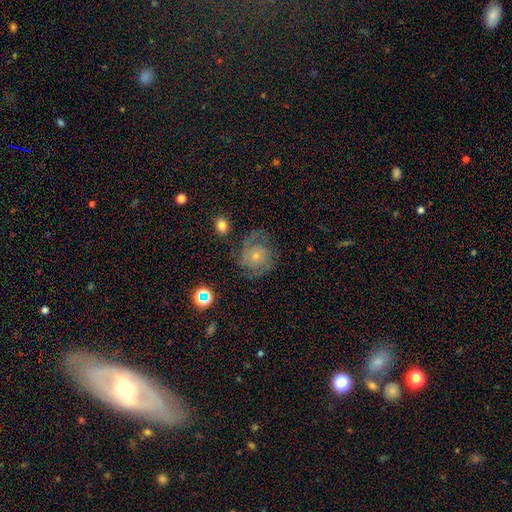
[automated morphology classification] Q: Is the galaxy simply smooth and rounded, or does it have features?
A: featured or disk — 68%.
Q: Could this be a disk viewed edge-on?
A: no — 98%.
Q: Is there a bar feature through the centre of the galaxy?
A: no — 82%.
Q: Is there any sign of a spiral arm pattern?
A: yes — 89%.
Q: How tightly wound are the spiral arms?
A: tight — 50%.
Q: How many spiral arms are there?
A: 2 — 40%.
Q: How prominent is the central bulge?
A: small — 70%.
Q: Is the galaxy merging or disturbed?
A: none — 65%.